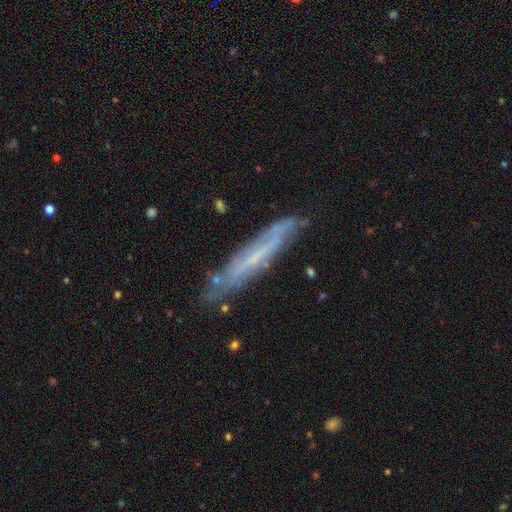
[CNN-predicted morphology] smooth-or-featured: featured or disk: 64% | smooth: 28% | star or artifact: 8%
  disk-edge-on: yes: 65% | no: 35%
  merging: none: 73% | minor disturbance: 20% | major disturbance: 5% | merger: 2%